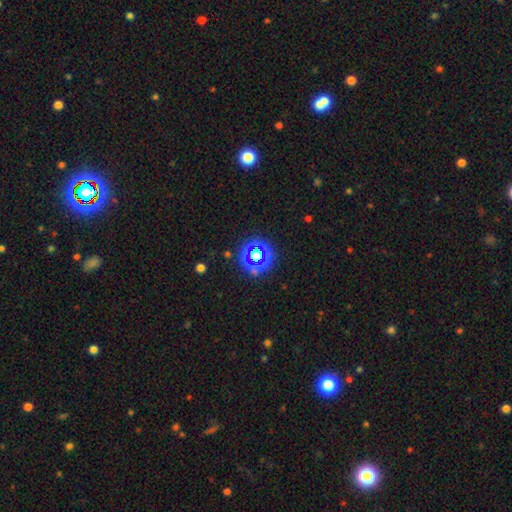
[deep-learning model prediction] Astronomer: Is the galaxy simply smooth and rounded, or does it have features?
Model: star or artifact — 62%.